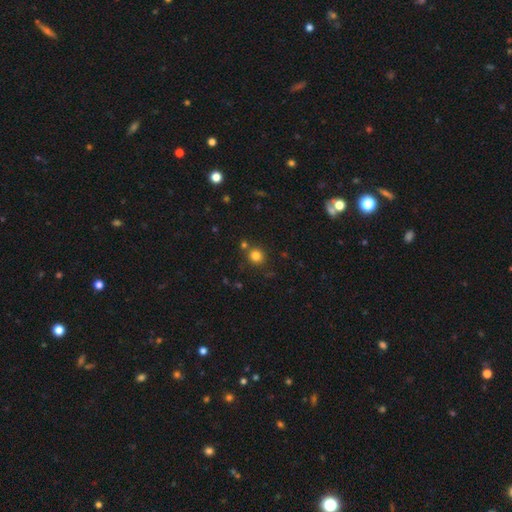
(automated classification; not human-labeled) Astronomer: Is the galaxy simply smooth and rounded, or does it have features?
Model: smooth — 81%.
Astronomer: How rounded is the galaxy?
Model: round — 87%.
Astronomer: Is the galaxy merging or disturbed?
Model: none — 78%.